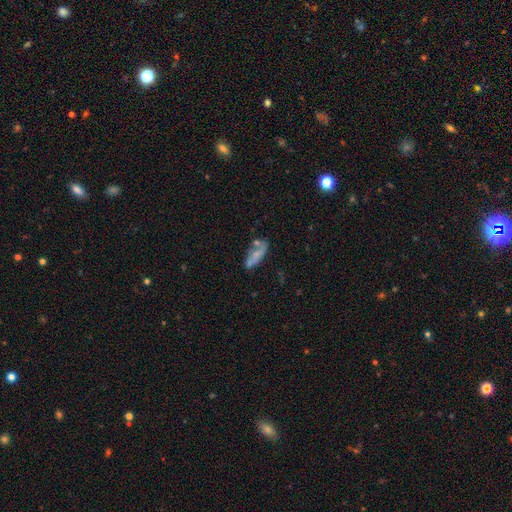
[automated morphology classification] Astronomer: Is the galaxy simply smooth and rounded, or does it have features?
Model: smooth — 49% (runner-up: featured or disk, 41%).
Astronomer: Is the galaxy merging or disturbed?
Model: none — 42% (runner-up: minor disturbance, 23%).